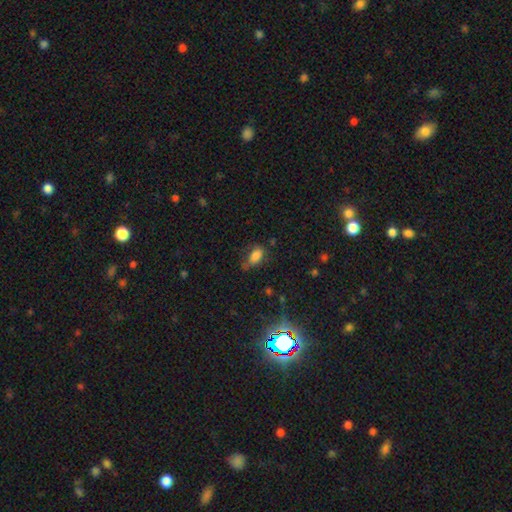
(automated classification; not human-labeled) Smooth or featured? Predicted: smooth (p=0.77). How rounded? Predicted: in between (p=0.88). Merging? Predicted: none (p=0.51).